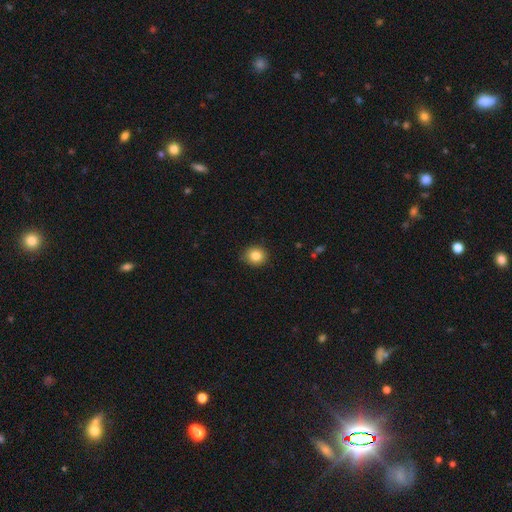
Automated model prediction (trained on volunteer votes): Smooth or featured?
  - smooth: 84% *
  - star or artifact: 10%
  - featured or disk: 6%
How rounded?
  - round: 85% *
  - in between: 14%
  - cigar-shaped: 1%
Merging?
  - none: 87% *
  - minor disturbance: 10%
  - major disturbance: 2%
  - merger: 1%